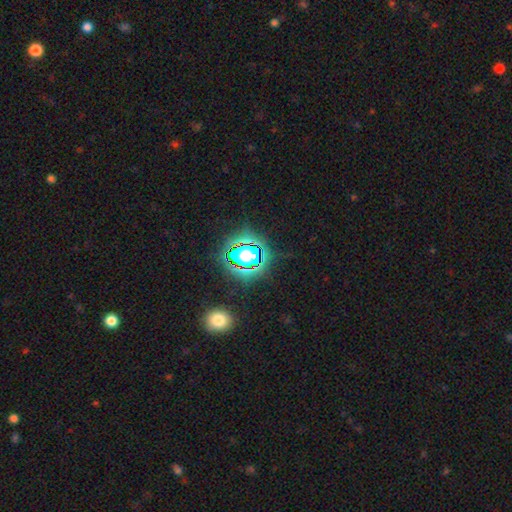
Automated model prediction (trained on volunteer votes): This appears to be a star or artifact, not a galaxy (76%).